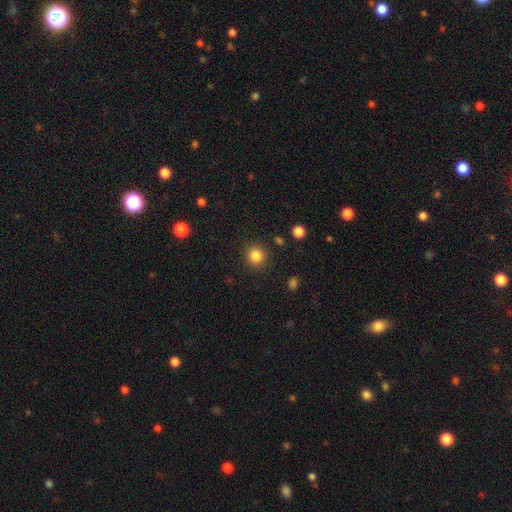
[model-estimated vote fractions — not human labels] Smooth or featured? Predicted: smooth (p=0.84). How rounded? Predicted: round (p=0.90). Merging? Predicted: none (p=0.89).